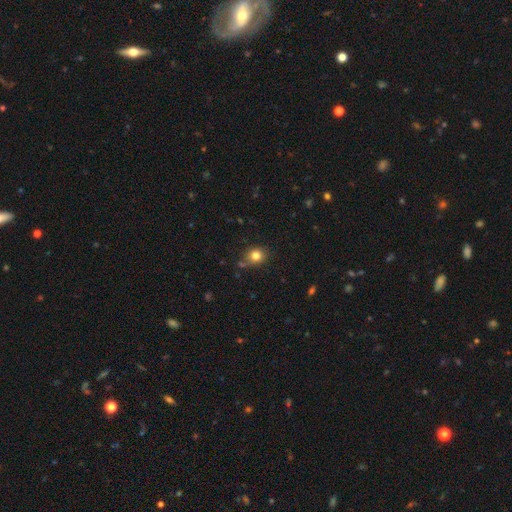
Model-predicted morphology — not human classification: The model was most divided on "how rounded": round: 72%, in between: 27%, cigar-shaped: 1%. More confident: smooth or featured — smooth (82%); merging — none (75%).